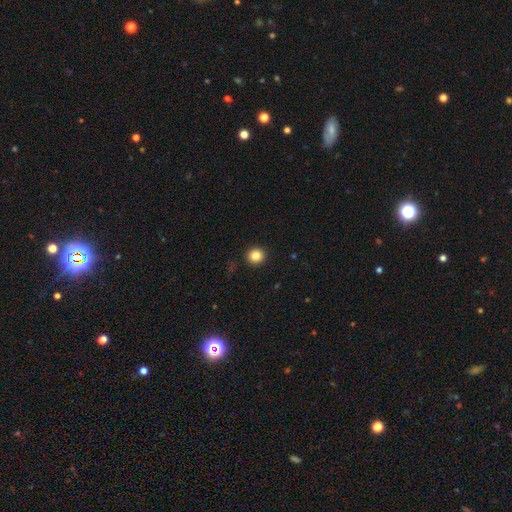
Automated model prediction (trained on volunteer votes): This appears to be a smooth galaxy with no disk features (84%) that is round (94%). Merging: none (93%).